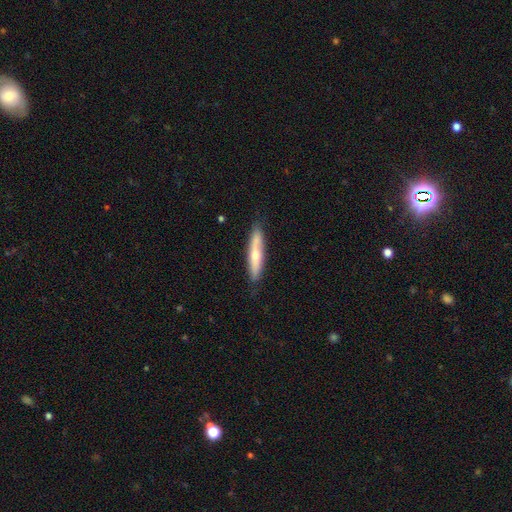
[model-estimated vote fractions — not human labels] Morphology: type=smooth (54%); roundness=cigar-shaped (82%); merging=none (80%).